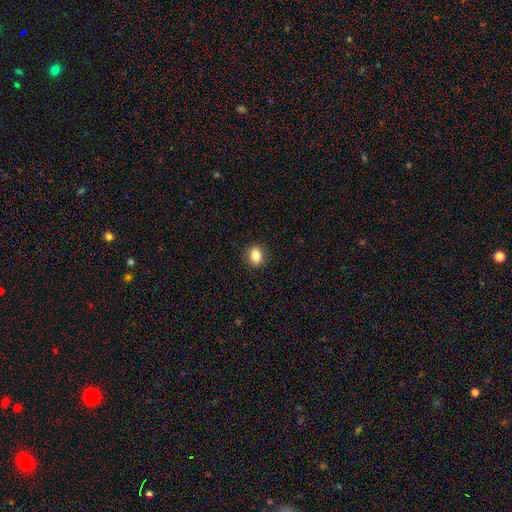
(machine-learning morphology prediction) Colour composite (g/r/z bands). It shows a smooth galaxy with no disk features (84%) that is round (58%). Merging: none (90%).